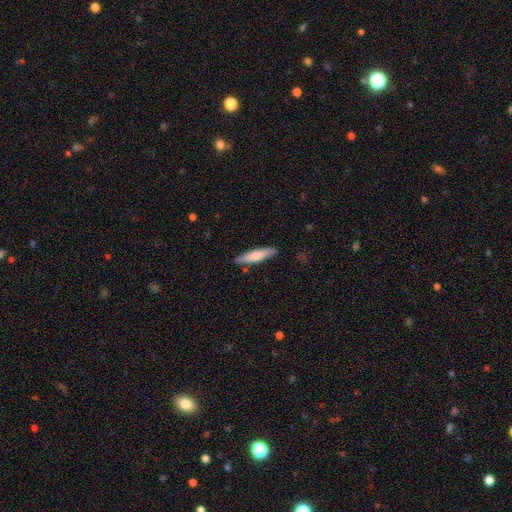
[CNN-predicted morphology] A smooth galaxy with no disk features (73%) that is cigar-shaped (79%). Merging: none (85%).